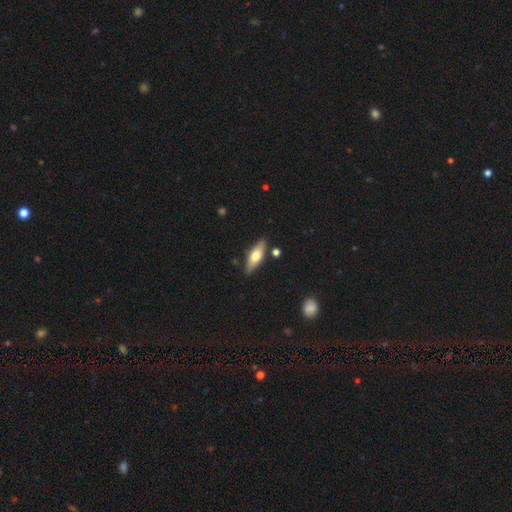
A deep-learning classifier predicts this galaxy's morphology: smooth_or_featured: smooth (p=0.58) [alt: featured or disk p=0.36]
how_rounded: in between (p=0.55) [alt: cigar-shaped p=0.43]
merging: none (p=0.84) [alt: minor disturbance p=0.11]